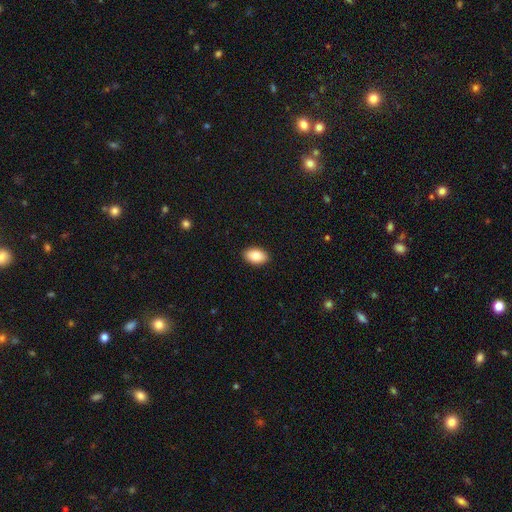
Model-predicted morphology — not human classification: Smooth or featured?
  - smooth: 85% *
  - featured or disk: 8%
  - star or artifact: 7%
How rounded?
  - in between: 91% *
  - round: 7%
  - cigar-shaped: 1%
Merging?
  - none: 90% *
  - minor disturbance: 7%
  - major disturbance: 2%
  - merger: 1%